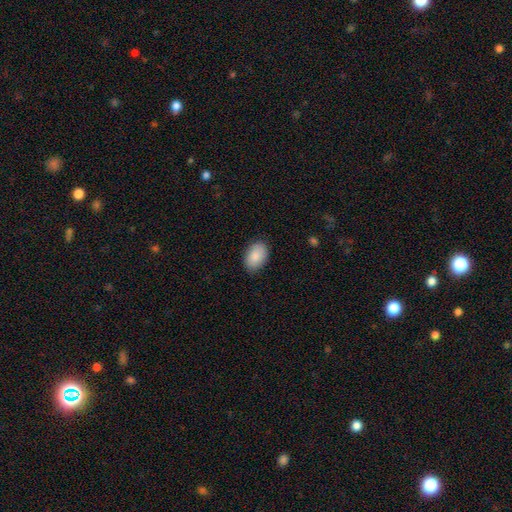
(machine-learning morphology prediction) Overall: smooth (88%). How rounded: in between (89%). Merging: none (86%).